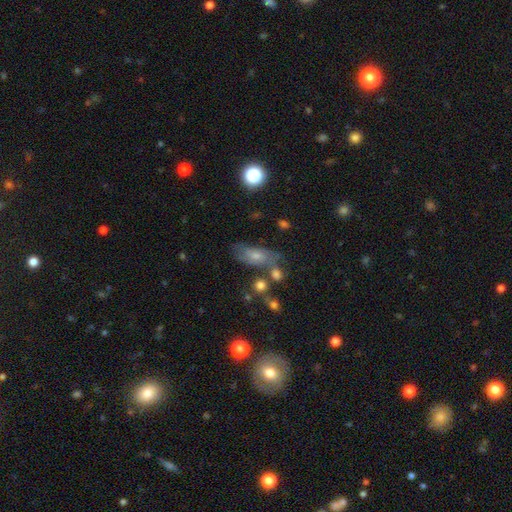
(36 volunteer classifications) Morphology: type=smooth (72%); roundness=in between (92%); merging=none (60%).